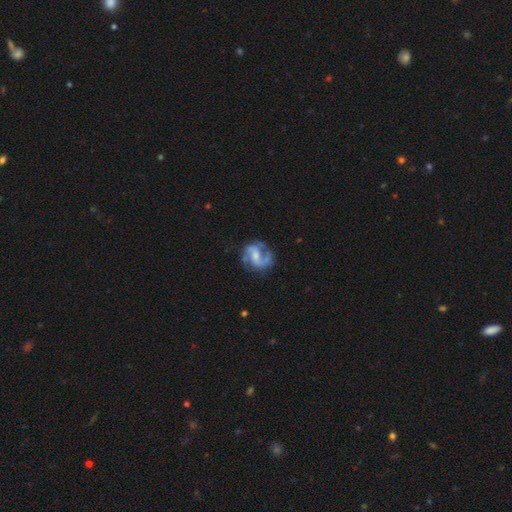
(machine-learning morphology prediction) Smooth or featured: featured or disk — 82% (smooth — 12%)
Edge-on disk: no — 98% (yes — 2%)
Bar: weak — 48% (no — 32%)
Spiral arms: yes — 94% (no — 6%)
Spiral winding: medium — 51% (loose — 32%)
Spiral arm count: 2 — 84% (1 — 5%)
Bulge size: small — 38% (moderate — 37%)
Merging: none — 65% (minor disturbance — 19%)